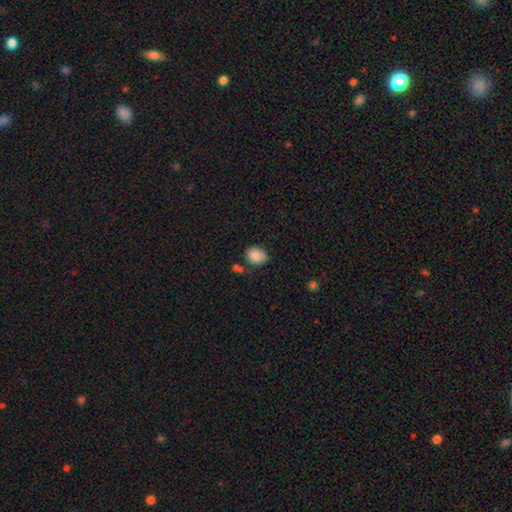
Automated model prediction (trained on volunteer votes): Q: Smooth or featured?
A: smooth (87%); runner-up: star or artifact (8%)
Q: How rounded?
A: in between (64%); runner-up: round (35%)
Q: Merging?
A: none (69%); runner-up: minor disturbance (19%)